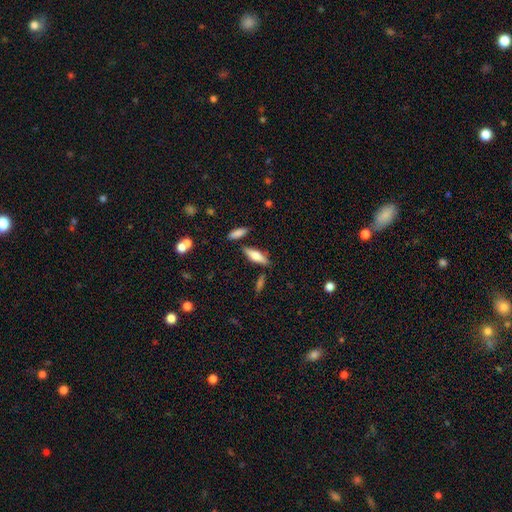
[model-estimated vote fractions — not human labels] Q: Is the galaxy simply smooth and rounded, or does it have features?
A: smooth — 60%.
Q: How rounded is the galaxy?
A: cigar-shaped — 50%.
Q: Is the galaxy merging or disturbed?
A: none — 80%.